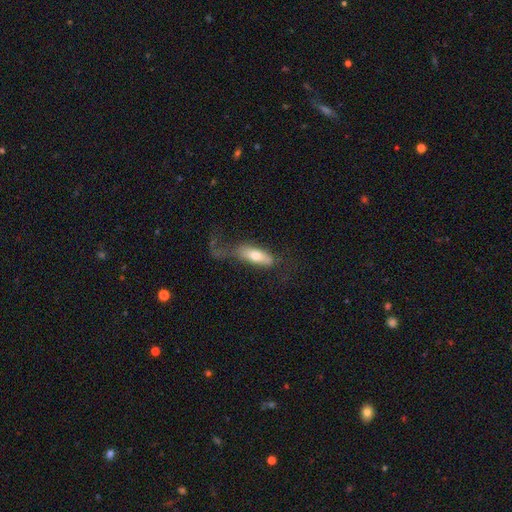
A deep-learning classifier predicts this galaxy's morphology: Smooth or featured: smooth — 62% (featured or disk — 31%)
How rounded: in between — 62% (cigar-shaped — 35%)
Merging: major disturbance — 43% (none — 31%)